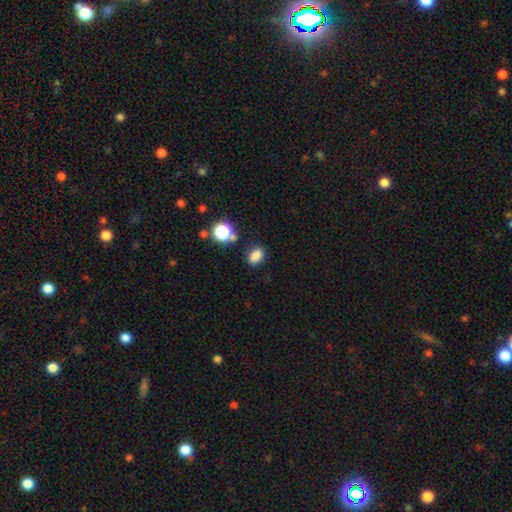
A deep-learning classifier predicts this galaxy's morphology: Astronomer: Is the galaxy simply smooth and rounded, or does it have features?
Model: smooth — 82%.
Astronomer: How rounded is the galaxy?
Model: in between — 78%.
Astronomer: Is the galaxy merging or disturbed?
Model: none — 80%.